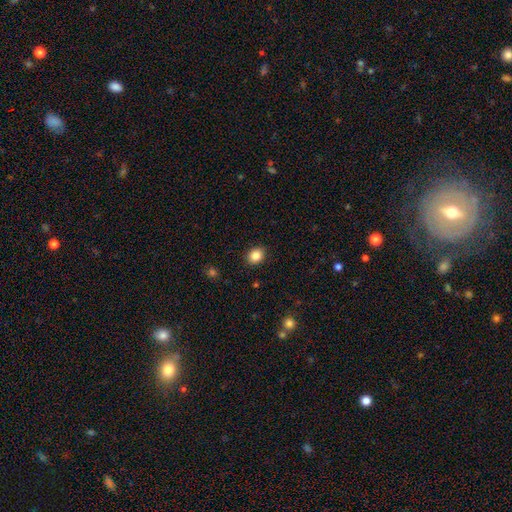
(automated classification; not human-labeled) smooth_or_featured: smooth (p=0.86) [alt: star or artifact p=0.09]
how_rounded: round (p=0.51) [alt: in between p=0.48]
merging: none (p=0.90) [alt: minor disturbance p=0.07]